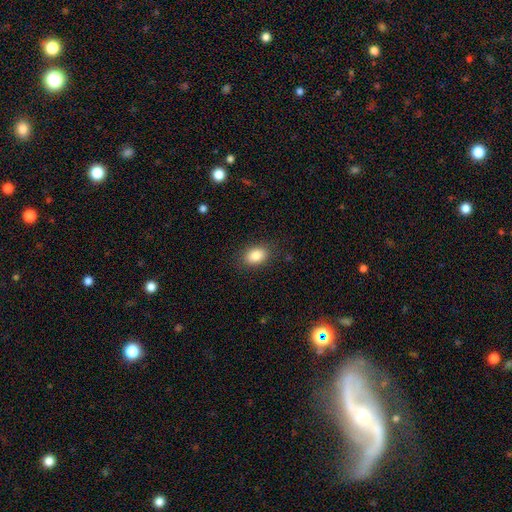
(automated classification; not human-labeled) Overall: smooth (86%). How rounded: in between (82%). Merging: none (85%).